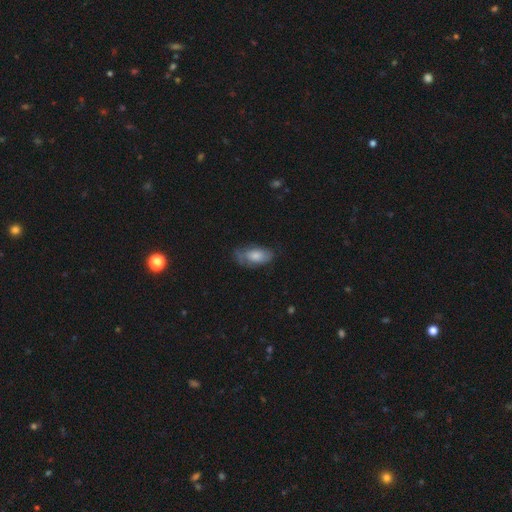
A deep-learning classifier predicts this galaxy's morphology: type=smooth (70%); roundness=in between (90%); merging=none (49%).